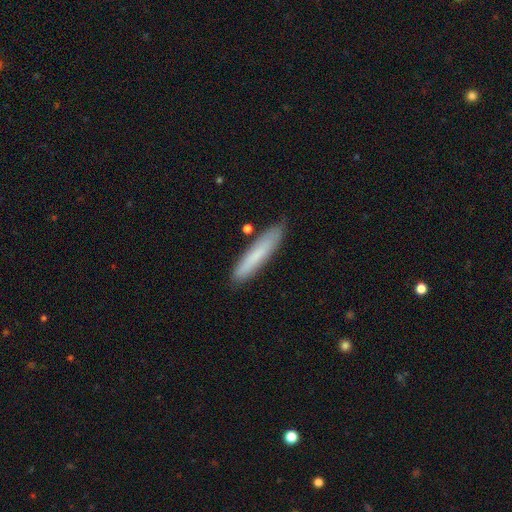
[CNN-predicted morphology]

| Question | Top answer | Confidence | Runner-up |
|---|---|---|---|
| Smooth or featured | smooth | 73% | featured or disk (20%) |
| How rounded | cigar-shaped | 89% | in between (9%) |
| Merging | none | 83% | minor disturbance (12%) |